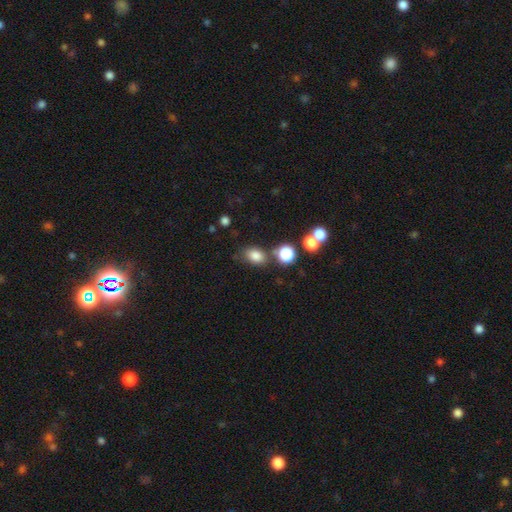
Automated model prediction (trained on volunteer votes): Smooth or featured: smooth — 81% (star or artifact — 12%)
How rounded: in between — 73% (round — 26%)
Merging: none — 66% (minor disturbance — 15%)